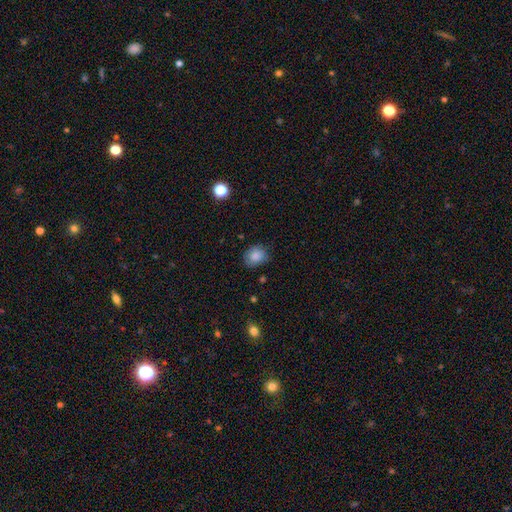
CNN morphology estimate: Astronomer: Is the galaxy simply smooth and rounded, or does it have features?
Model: smooth — 85%.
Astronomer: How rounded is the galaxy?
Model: round — 58% (runner-up: in between, 42%).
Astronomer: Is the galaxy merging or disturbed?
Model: none — 76%.